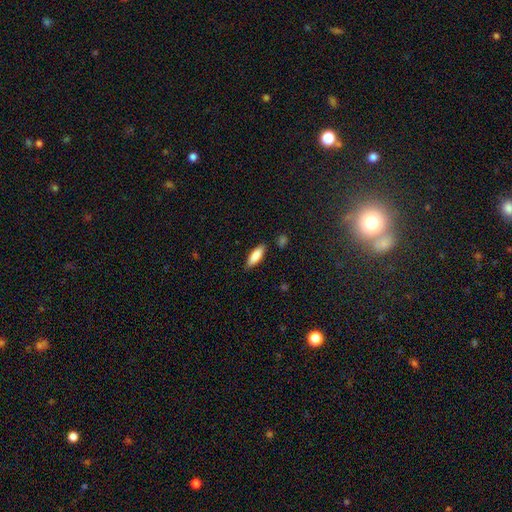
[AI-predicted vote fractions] Overall: smooth (83%). How rounded: in between (56%; cigar-shaped 42%). Merging: none (83%).